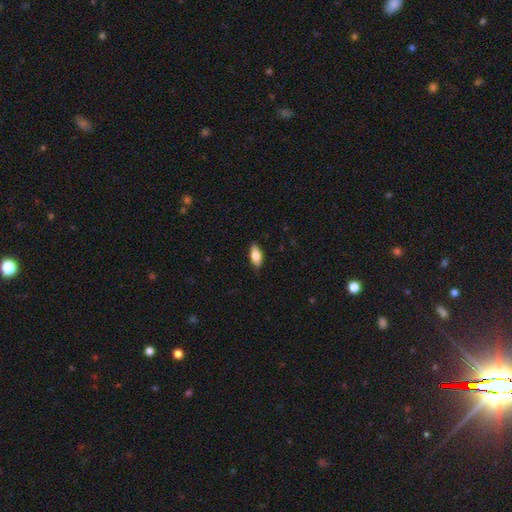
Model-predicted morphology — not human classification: A smooth galaxy with no disk features (78%) that is in between round and cigar-shaped (86%).

Vote fractions:
- Smooth or featured? smooth: 78% / featured or disk: 15% / star or artifact: 6%
- How rounded? in between: 86% / cigar-shaped: 11% / round: 3%
- Merging? none: 86% / minor disturbance: 11% / major disturbance: 2% / merger: 1%